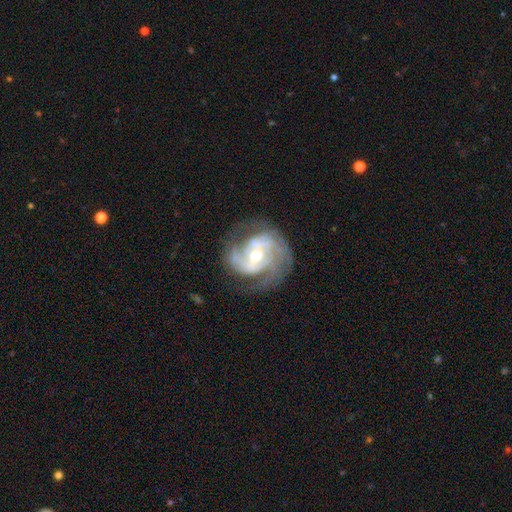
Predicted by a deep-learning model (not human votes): smooth_or_featured: featured or disk (p=0.88) [alt: smooth p=0.07]
disk_edge_on: no (p=0.97) [alt: yes p=0.03]
bar: no (p=0.47) [alt: weak p=0.39]
has_spiral_arms: yes (p=0.95) [alt: no p=0.05]
spiral_winding: tight (p=0.48) [alt: medium p=0.40]
spiral_arm_count: 2 (p=0.44) [alt: 3 p=0.23]
bulge_size: moderate (p=0.65) [alt: small p=0.28]
merging: none (p=0.67) [alt: minor disturbance p=0.19]